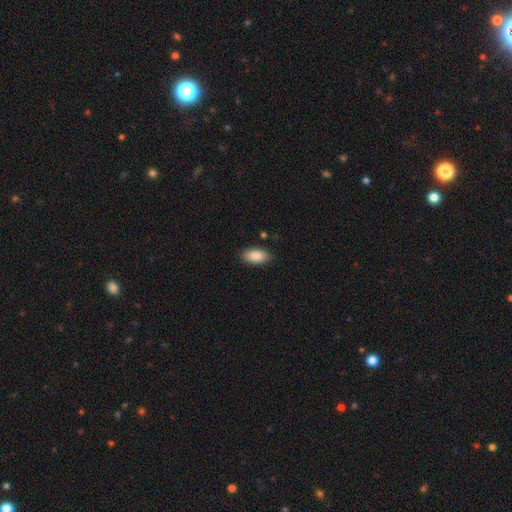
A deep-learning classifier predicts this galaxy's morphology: A smooth galaxy with no disk features (87%) that is in between round and cigar-shaped (93%). Merging: none (88%).